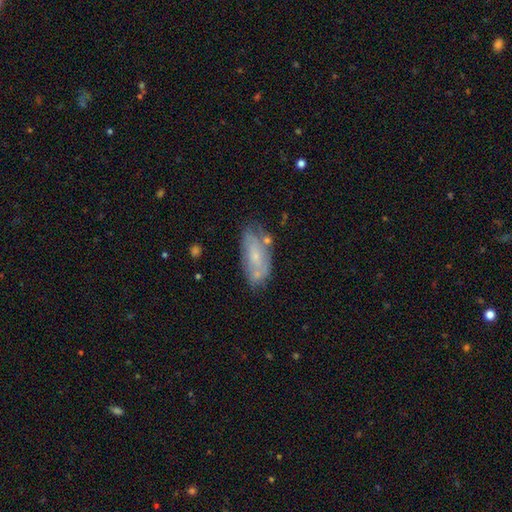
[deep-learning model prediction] A featured or disk galaxy (48%). Merging: none (57%).